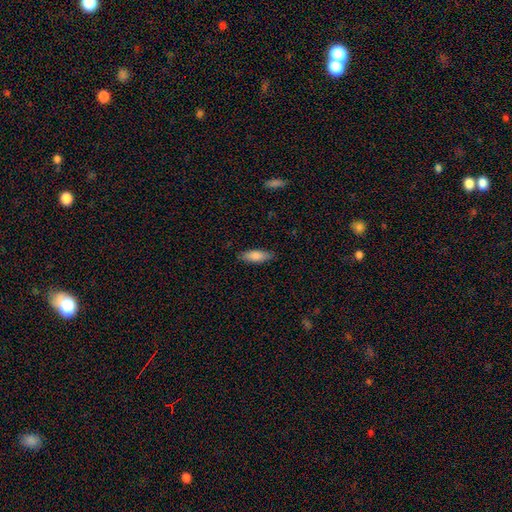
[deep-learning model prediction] Overall: smooth (83%). How rounded: in between (65%; cigar-shaped 34%). Merging: none (85%).